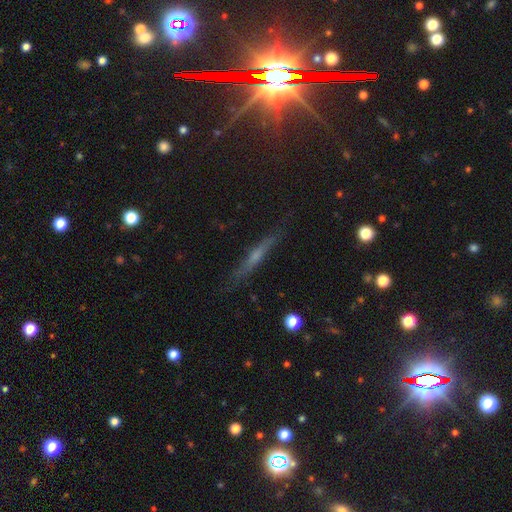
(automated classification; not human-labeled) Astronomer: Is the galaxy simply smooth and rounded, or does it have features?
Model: featured or disk — 59%.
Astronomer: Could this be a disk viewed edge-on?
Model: yes — 93%.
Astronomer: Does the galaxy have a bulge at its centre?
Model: rounded — 60%.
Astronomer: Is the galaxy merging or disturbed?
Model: none — 85%.